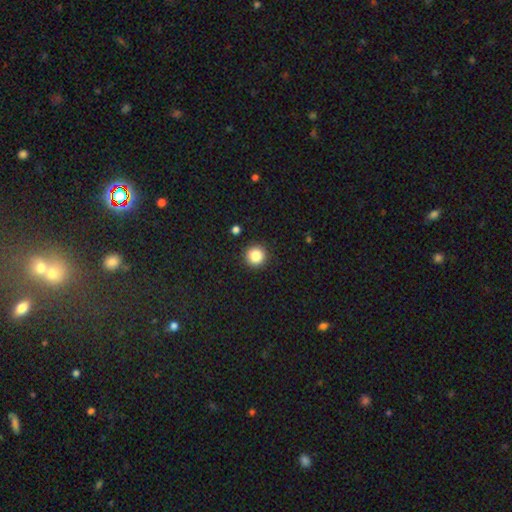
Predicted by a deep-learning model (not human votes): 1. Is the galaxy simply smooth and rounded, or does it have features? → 84% smooth, 11% star or artifact, 5% featured or disk.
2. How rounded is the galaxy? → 95% round, 4% in between, 1% cigar-shaped.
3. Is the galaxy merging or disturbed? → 92% none, 5% minor disturbance, 2% major disturbance, 1% merger.